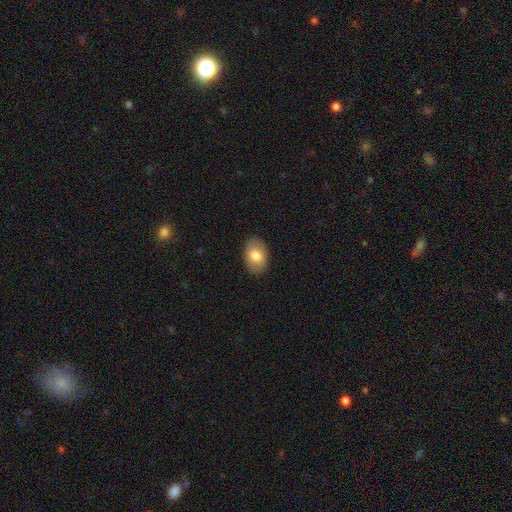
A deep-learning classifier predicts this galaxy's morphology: Smooth or featured? smooth (78%)
How rounded? in between (83%)
Merging? none (89%)